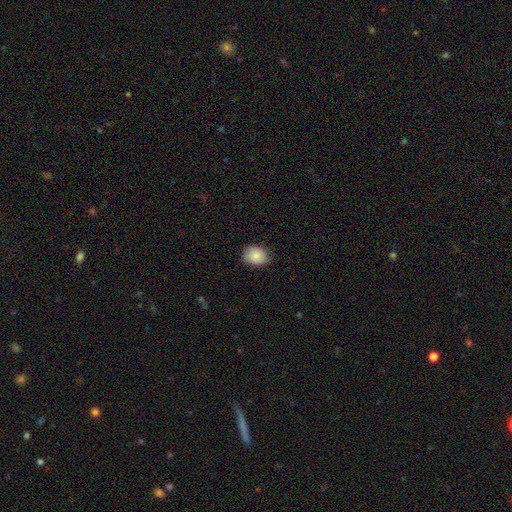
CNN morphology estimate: Smooth or featured? Predicted: smooth (p=0.85). How rounded? Predicted: in between (p=0.53). Merging? Predicted: none (p=0.78).